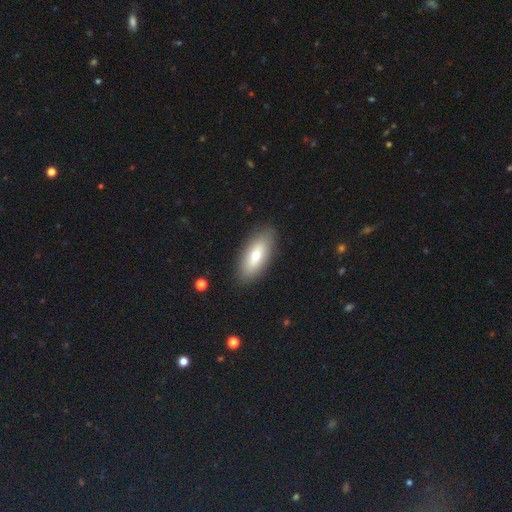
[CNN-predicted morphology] This appears to be a smooth galaxy with no disk features (68%) that is in between round and cigar-shaped (79%). Merging: none (88%).